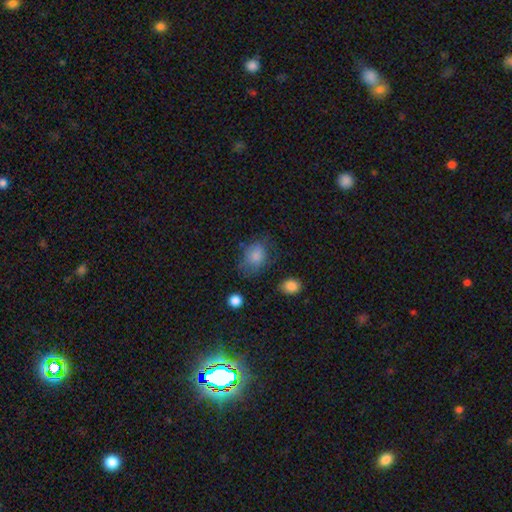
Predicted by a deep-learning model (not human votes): This appears to be a smooth galaxy with no disk features (77%) that is in between round and cigar-shaped (71%). Merging: none (56%).